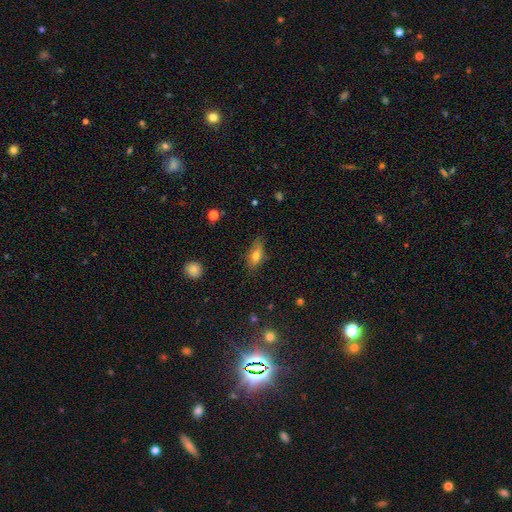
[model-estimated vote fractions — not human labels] smooth_or_featured: smooth (p=0.69) [alt: featured or disk p=0.21]
how_rounded: in between (p=0.74) [alt: cigar-shaped p=0.21]
merging: none (p=0.70) [alt: minor disturbance p=0.23]